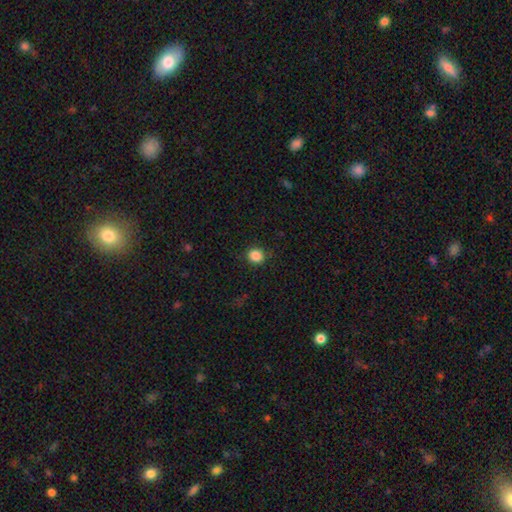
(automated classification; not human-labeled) This appears to be a smooth galaxy with no disk features (86%) that is round (80%). Merging: none (88%).